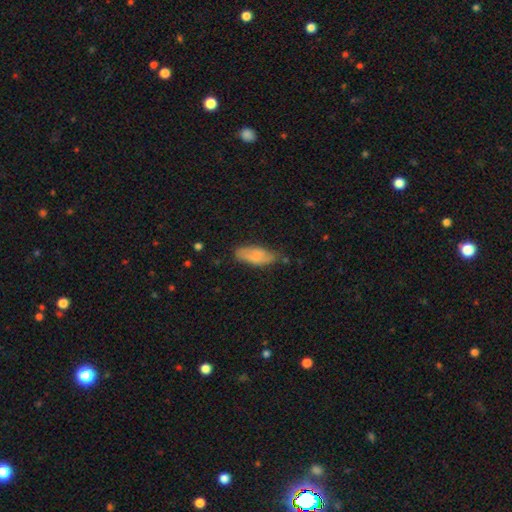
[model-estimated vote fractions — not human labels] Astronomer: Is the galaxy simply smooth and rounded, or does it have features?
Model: smooth — 81%.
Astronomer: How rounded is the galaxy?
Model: in between — 74%.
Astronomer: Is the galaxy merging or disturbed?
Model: none — 64%.